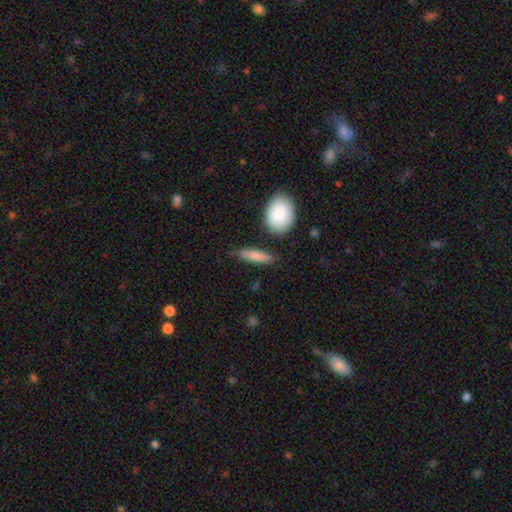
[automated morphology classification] This is clearly a smooth galaxy (83%). How rounded: possibly cigar-shaped (58%). Merging: likely none (79%).